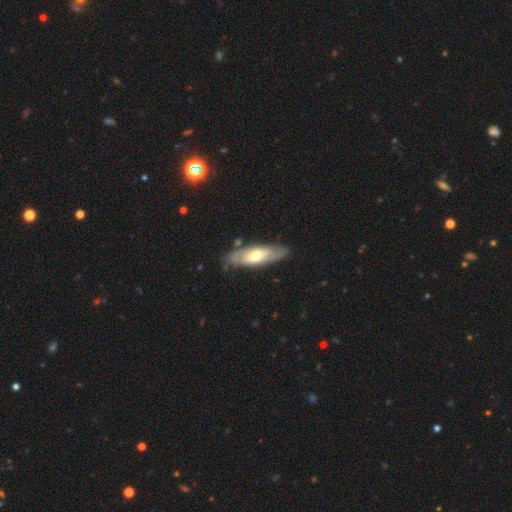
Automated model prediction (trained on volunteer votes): smooth_or_featured: featured or disk (p=0.62) [alt: smooth p=0.33]
disk_edge_on: no (p=0.73) [alt: yes p=0.27]
merging: none (p=0.76) [alt: minor disturbance p=0.17]